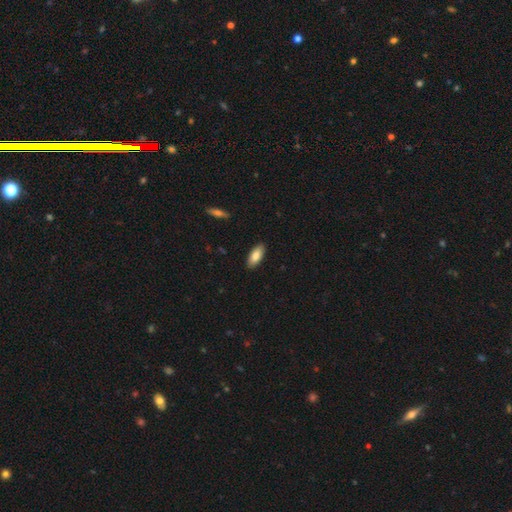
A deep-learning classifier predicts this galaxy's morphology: Smooth or featured: smooth — 83% (featured or disk — 11%)
How rounded: in between — 87% (cigar-shaped — 12%)
Merging: none — 90% (minor disturbance — 8%)